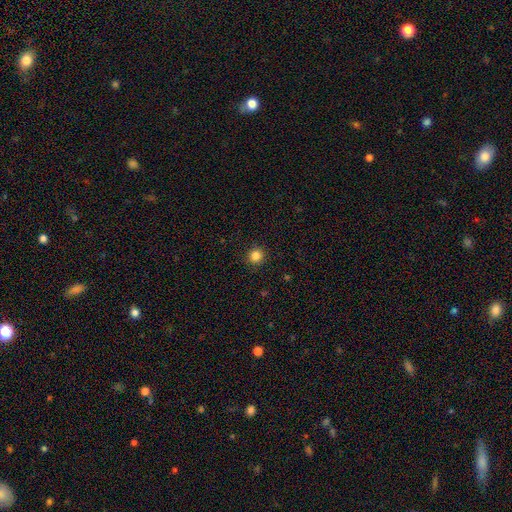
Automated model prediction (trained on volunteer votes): This appears to be a smooth galaxy with no disk features (85%) that is round (94%). Merging: none (92%).